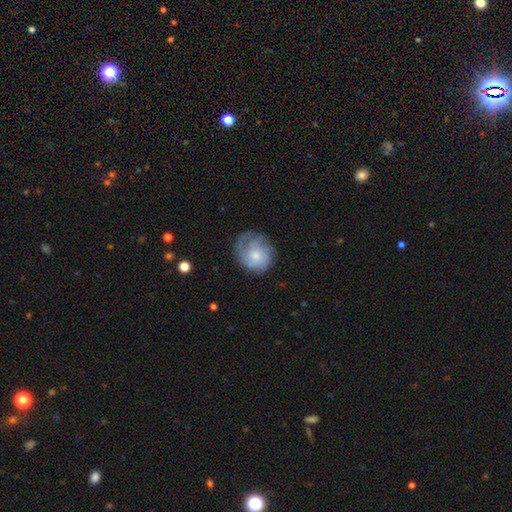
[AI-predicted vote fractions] Morphology: type=featured or disk (51%); edge-on=no (98%); merging=none (58%).